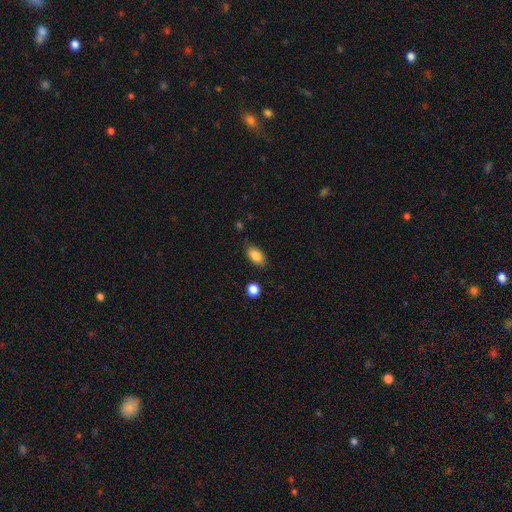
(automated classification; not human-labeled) A smooth galaxy with no disk features (85%) that is in between round and cigar-shaped (90%). Merging: none (81%).